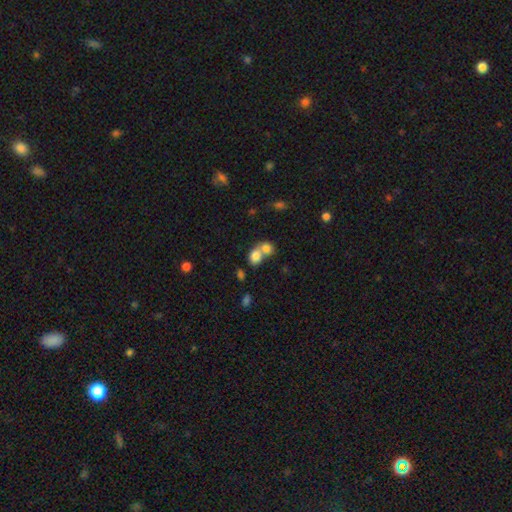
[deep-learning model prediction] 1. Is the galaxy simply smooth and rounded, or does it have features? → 79% smooth, 11% featured or disk, 10% star or artifact.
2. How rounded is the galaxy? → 50% round, 49% in between, 1% cigar-shaped.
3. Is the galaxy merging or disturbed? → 63% merger, 27% none, 6% minor disturbance, 3% major disturbance.